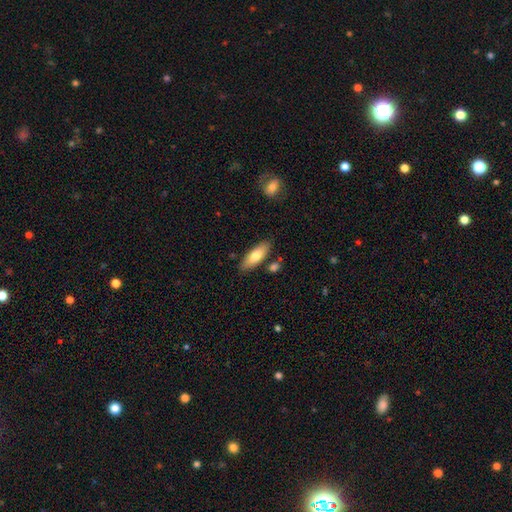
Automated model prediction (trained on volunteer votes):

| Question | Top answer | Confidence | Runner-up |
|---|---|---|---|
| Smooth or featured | smooth | 74% | featured or disk (20%) |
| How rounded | in between | 63% | cigar-shaped (35%) |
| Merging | none | 81% | minor disturbance (11%) |